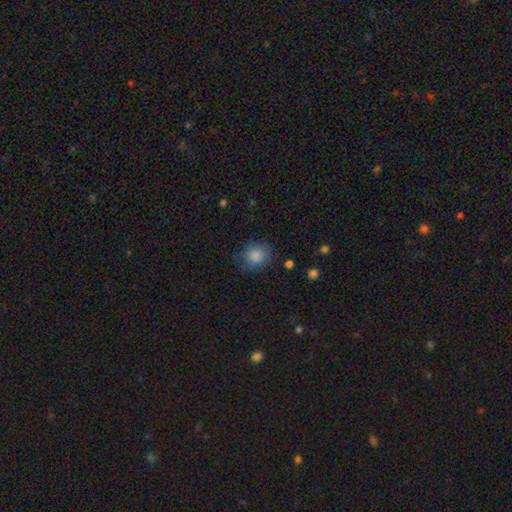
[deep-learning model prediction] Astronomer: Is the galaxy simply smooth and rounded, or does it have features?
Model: smooth — 86%.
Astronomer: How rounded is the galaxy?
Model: round — 82%.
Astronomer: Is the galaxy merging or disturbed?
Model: none — 77%.